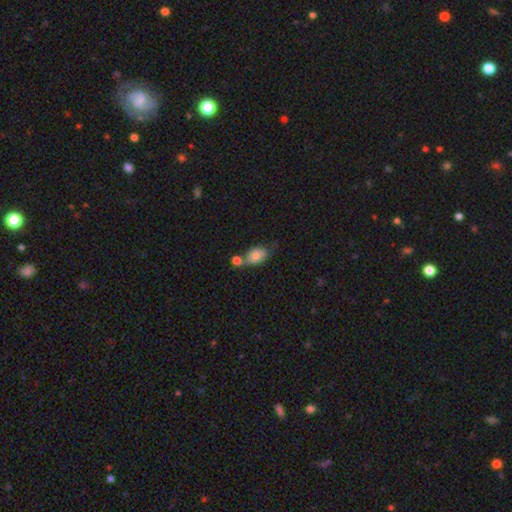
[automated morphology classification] This is likely a smooth galaxy (75%). How rounded: clearly in between (85%). Merging: marginally none (39%).